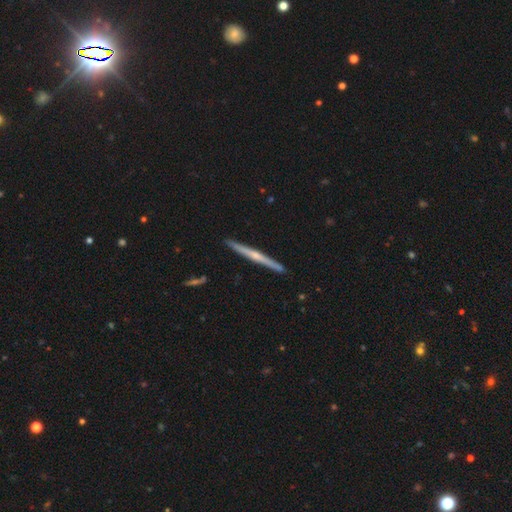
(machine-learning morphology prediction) This appears to be a featured or disk galaxy (71%) viewed edge-on (98%) with a rounded central bulge (64%). Merging: none (92%).